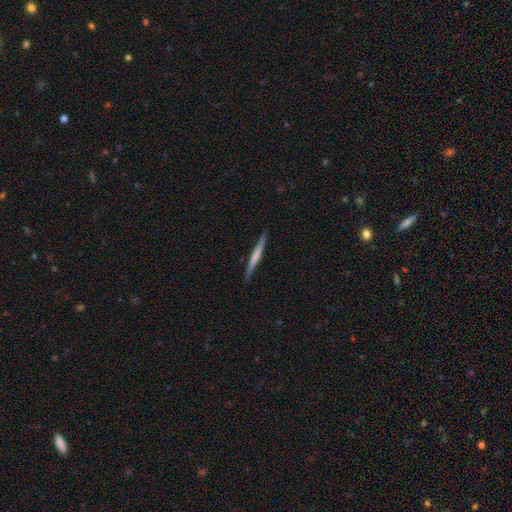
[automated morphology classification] Smooth or featured? smooth (48%)
Merging? none (89%)